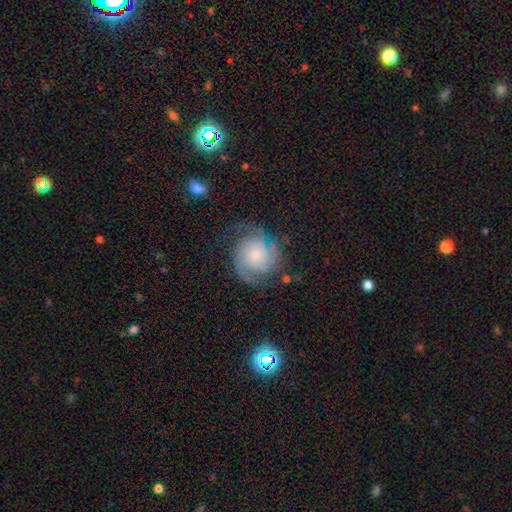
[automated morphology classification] Smooth or featured? Predicted: featured or disk (p=0.80). Edge-on disk? Predicted: no (p=0.98). Bar? Predicted: no (p=0.77). Spiral arms? Predicted: yes (p=0.95). Spiral winding? Predicted: tight (p=0.45). Spiral arm count? Predicted: 2 (p=0.53). Bulge size? Predicted: small (p=0.59). Merging? Predicted: none (p=0.68).